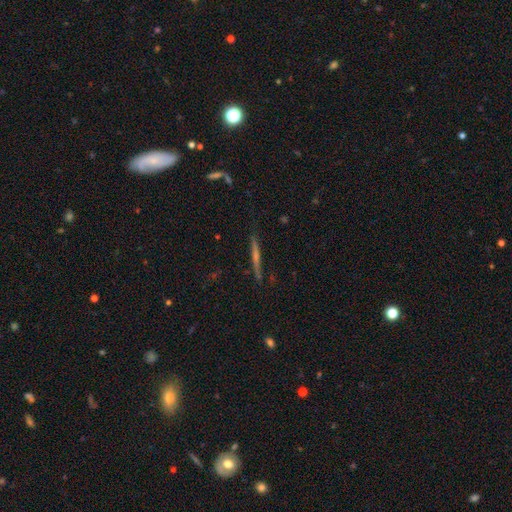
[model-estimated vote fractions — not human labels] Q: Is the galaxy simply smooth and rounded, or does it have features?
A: featured or disk — 67%.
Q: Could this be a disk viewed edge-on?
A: yes — 97%.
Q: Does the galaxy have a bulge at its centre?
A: rounded — 52%.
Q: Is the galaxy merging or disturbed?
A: none — 89%.